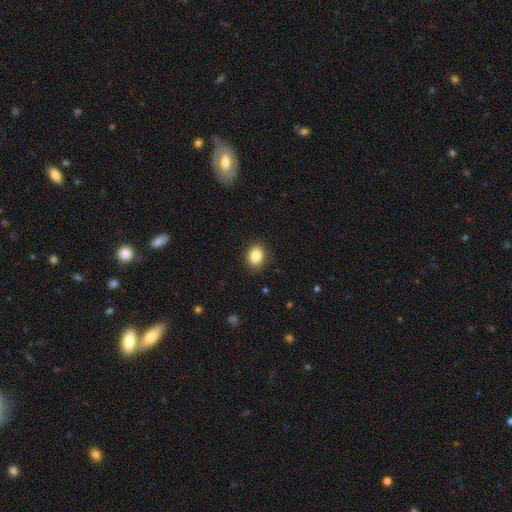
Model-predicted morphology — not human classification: A smooth galaxy with no disk features (87%) that is in between round and cigar-shaped (61%). Merging: none (87%).